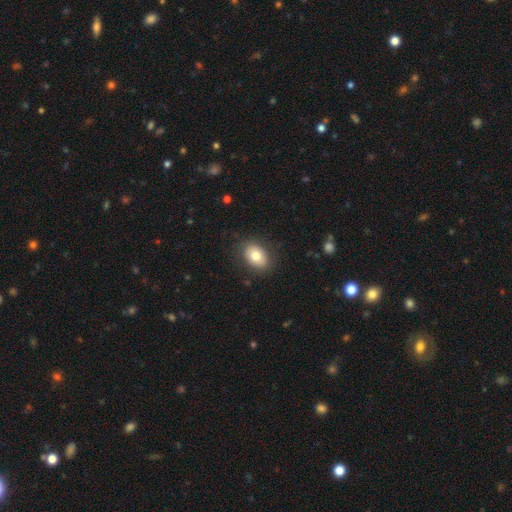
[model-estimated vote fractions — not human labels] The model was most divided on "how rounded": in between: 75%, round: 24%, cigar-shaped: 1%. More confident: merging — none (85%); smooth or featured — smooth (78%).